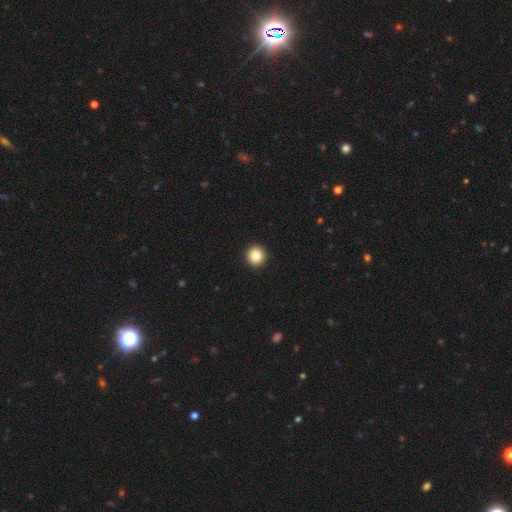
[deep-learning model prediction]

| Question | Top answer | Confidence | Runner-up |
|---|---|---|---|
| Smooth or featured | smooth | 85% | star or artifact (10%) |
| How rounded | round | 96% | in between (3%) |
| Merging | none | 95% | minor disturbance (3%) |